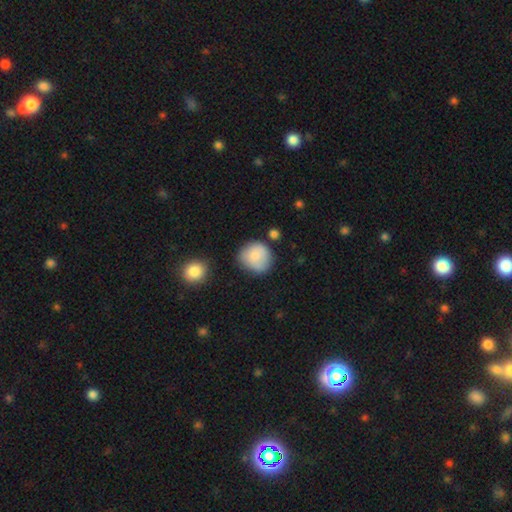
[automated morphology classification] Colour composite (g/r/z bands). It shows a smooth galaxy with no disk features (82%) that is round (84%). Merging: none (65%).